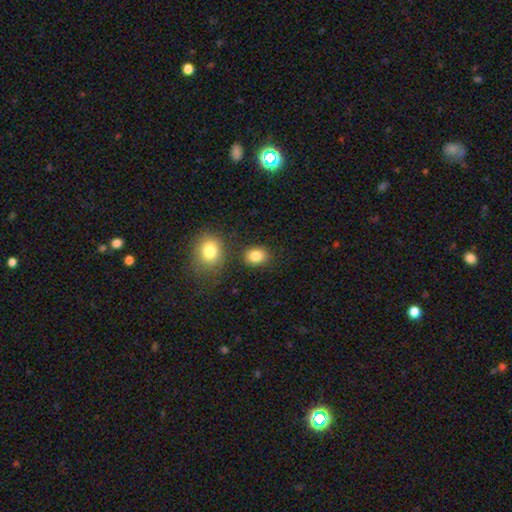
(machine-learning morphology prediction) Smooth or featured?
  - smooth: 84% *
  - star or artifact: 10%
  - featured or disk: 6%
How rounded?
  - in between: 53% *
  - round: 46%
  - cigar-shaped: 1%
Merging?
  - none: 79% *
  - minor disturbance: 10%
  - merger: 8%
  - major disturbance: 3%